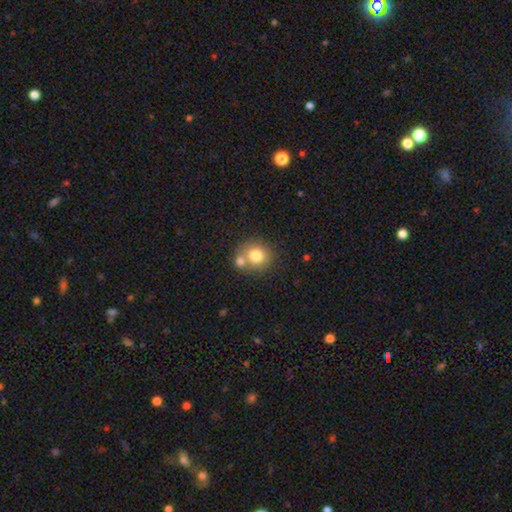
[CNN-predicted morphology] Overall: smooth (76%). How rounded: round (83%). Merging: none (54%; merger 33%).